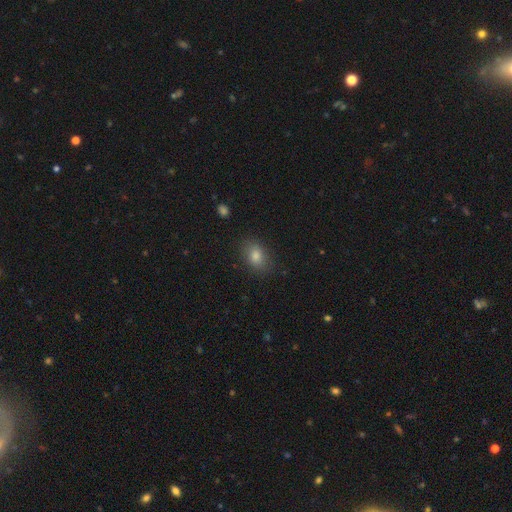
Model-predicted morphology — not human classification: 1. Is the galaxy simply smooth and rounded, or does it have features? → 81% smooth, 12% star or artifact, 8% featured or disk.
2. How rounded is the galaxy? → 78% in between, 21% round, 2% cigar-shaped.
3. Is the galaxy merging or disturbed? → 84% none, 11% minor disturbance, 3% major disturbance, 1% merger.